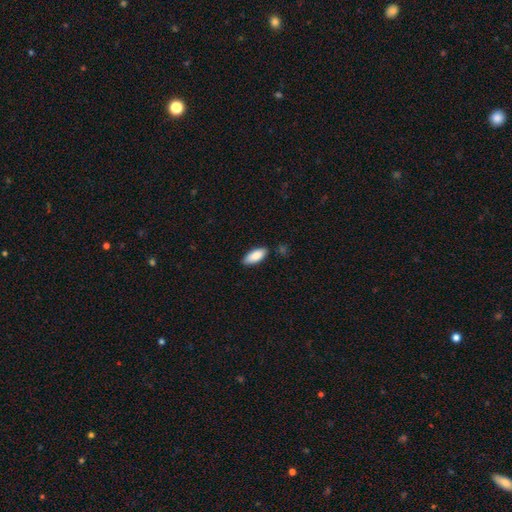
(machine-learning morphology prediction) This appears to be a smooth galaxy with no disk features (87%) that is in between round and cigar-shaped (85%). Merging: none (82%).